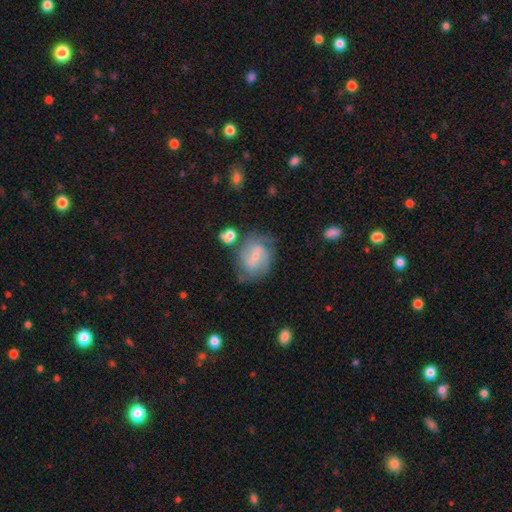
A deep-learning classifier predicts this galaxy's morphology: A featured or disk galaxy (72%) with a weak bar (56%), 2 (57%) medium (46%) spiral arms (89%) and a small central bulge (64%).

Vote fractions:
- Smooth or featured? featured or disk: 72% / smooth: 21% / star or artifact: 7%
- Edge-on disk? no: 97% / yes: 3%
- Bar? weak: 56% / strong: 24% / no: 20%
- Spiral arms? yes: 89% / no: 11%
- Spiral winding? medium: 46% / tight: 30% / loose: 24%
- Spiral arm count? 2: 57% / can't tell: 21% / 3: 12% / 1: 4% / 4: 3% / more than 4: 2%
- Bulge size? small: 64% / moderate: 27% / none: 7% / large: 2% / dominant: 1%
- Merging? none: 60% / minor disturbance: 22% / major disturbance: 11% / merger: 6%